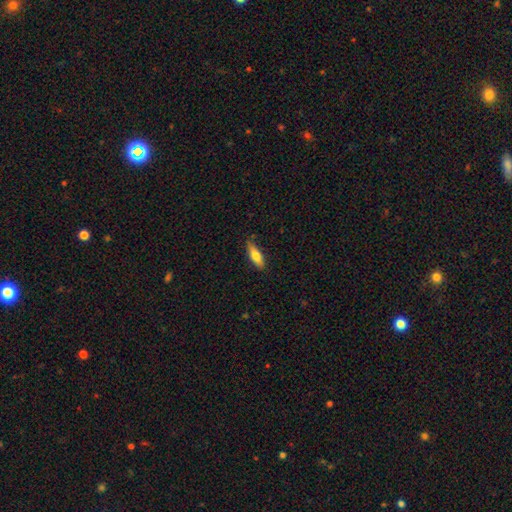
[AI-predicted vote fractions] A smooth galaxy with no disk features (73%) that is in between round and cigar-shaped (56%). Merging: none (82%).